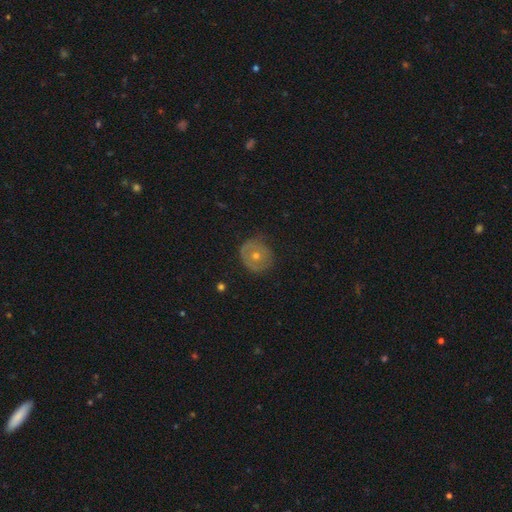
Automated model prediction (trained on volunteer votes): A featured or disk galaxy (48%).

Vote fractions:
- Smooth or featured? featured or disk: 48% / smooth: 43% / star or artifact: 9%
- Merging? none: 78% / minor disturbance: 16% / major disturbance: 5% / merger: 1%